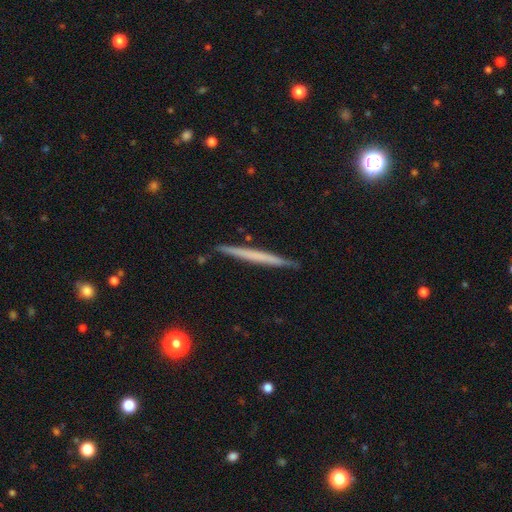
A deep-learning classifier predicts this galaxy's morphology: A featured or disk galaxy (48%). Merging: none (90%).